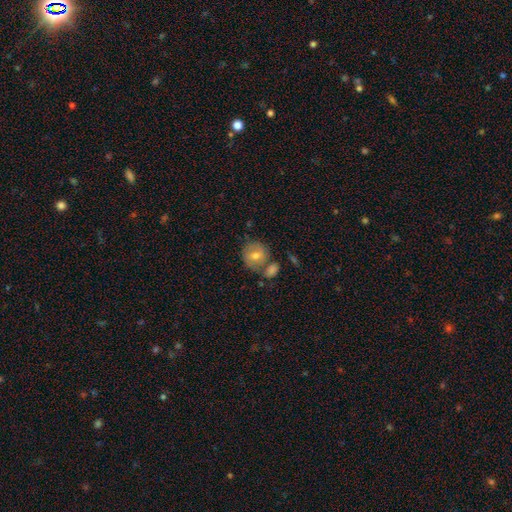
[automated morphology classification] This appears to be a smooth galaxy with no disk features (54%) that is round (80%). Merging: none (62%).